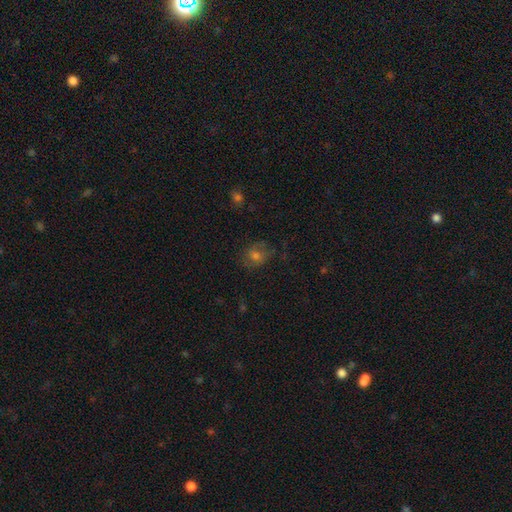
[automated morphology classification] Overall: smooth (58%; featured or disk 23%). How rounded: round (56%; in between 43%). Merging: none (66%).